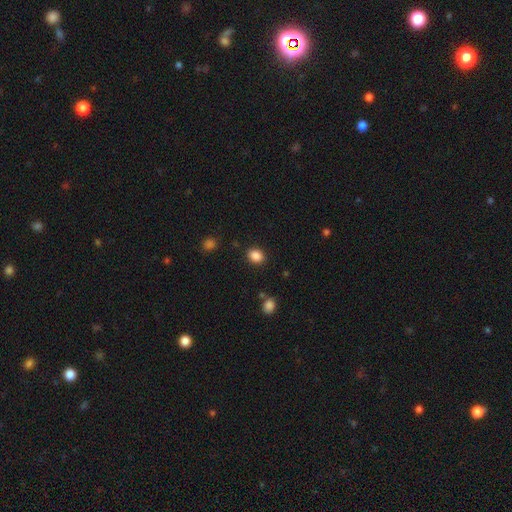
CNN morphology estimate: Smooth or featured: smooth — 87% (star or artifact — 10%)
How rounded: round — 50% (in between — 49%)
Merging: none — 86% (minor disturbance — 9%)